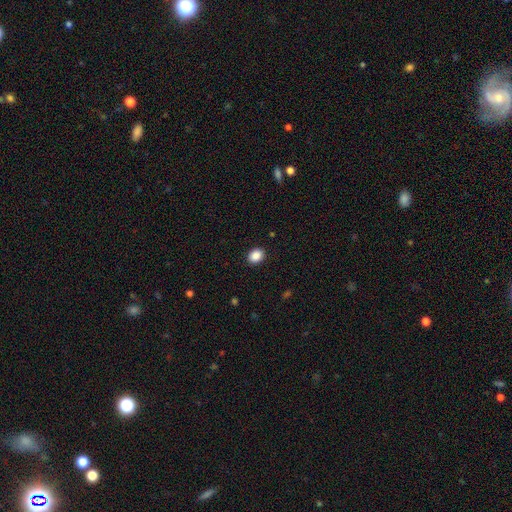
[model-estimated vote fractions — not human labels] A smooth galaxy with no disk features (89%) that is in between round and cigar-shaped (54%). Merging: none (90%).